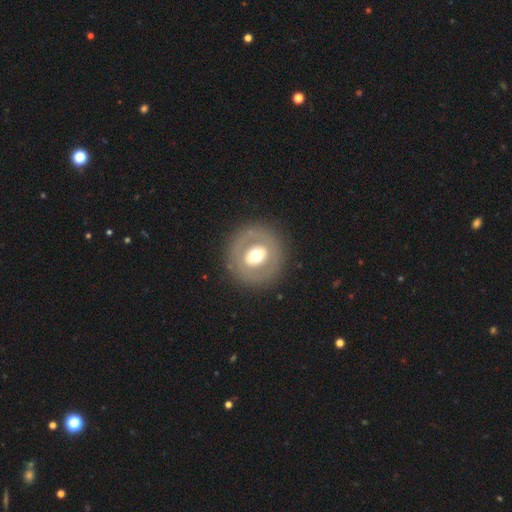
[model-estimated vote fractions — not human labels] Smooth or featured?
  - featured or disk: 47% *
  - smooth: 45%
  - star or artifact: 8%
Merging?
  - none: 84% *
  - minor disturbance: 9%
  - major disturbance: 6%
  - merger: 1%